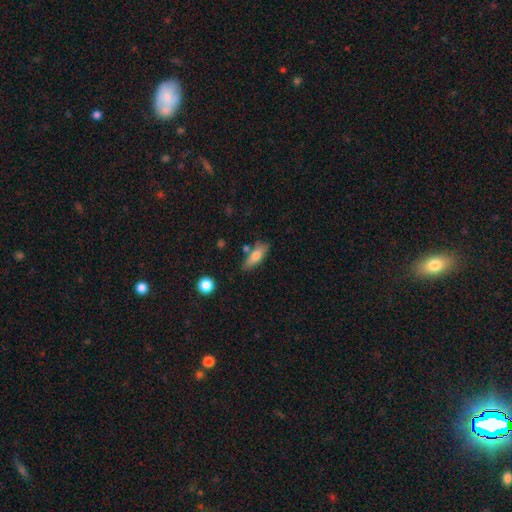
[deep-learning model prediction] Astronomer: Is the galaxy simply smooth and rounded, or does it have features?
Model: smooth — 70%.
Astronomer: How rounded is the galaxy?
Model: in between — 62%.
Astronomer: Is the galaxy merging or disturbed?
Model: none — 69%.